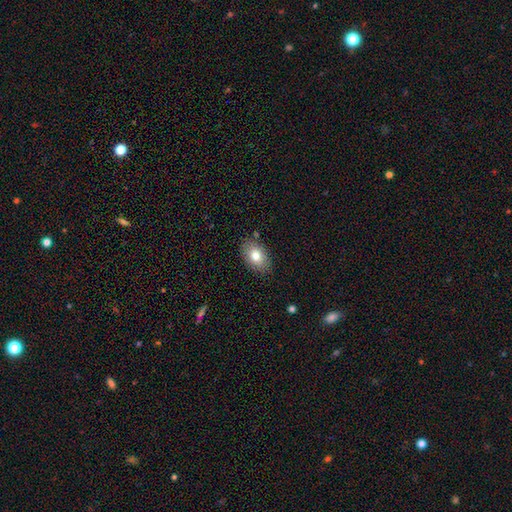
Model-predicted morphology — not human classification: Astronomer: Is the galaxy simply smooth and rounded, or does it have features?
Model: smooth — 79%.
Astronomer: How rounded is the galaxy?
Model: in between — 88%.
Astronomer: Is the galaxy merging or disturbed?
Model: none — 83%.